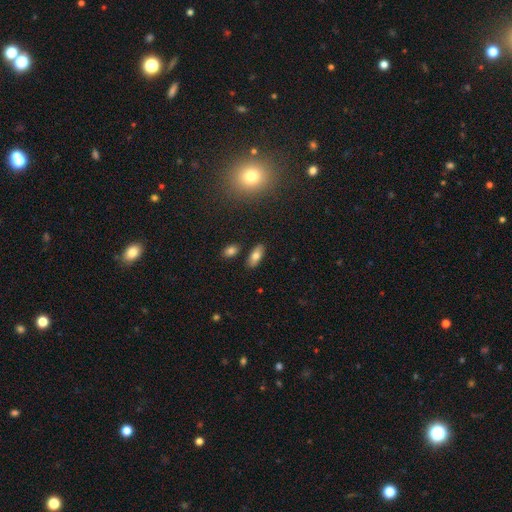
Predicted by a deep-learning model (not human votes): A smooth galaxy with no disk features (73%) that is in between round and cigar-shaped (82%).

Vote fractions:
- Smooth or featured? smooth: 73% / featured or disk: 19% / star or artifact: 8%
- How rounded? in between: 82% / cigar-shaped: 15% / round: 3%
- Merging? none: 84% / minor disturbance: 9% / merger: 4% / major disturbance: 2%